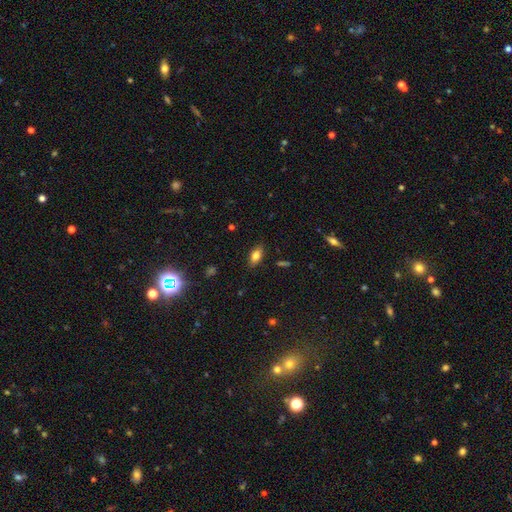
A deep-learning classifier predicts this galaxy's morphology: smooth 80%, featured or disk 11%, star or artifact 10%. Down the decision tree: how rounded — in between (88%); merging — none (85%).